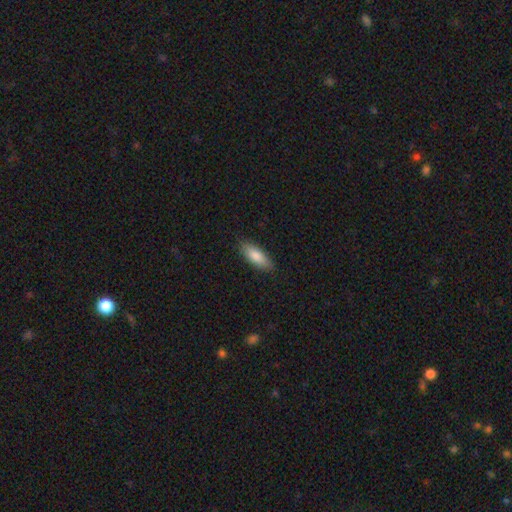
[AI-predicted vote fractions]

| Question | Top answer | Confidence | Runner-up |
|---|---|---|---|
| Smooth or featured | smooth | 82% | featured or disk (12%) |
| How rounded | in between | 69% | cigar-shaped (29%) |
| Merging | none | 85% | minor disturbance (11%) |